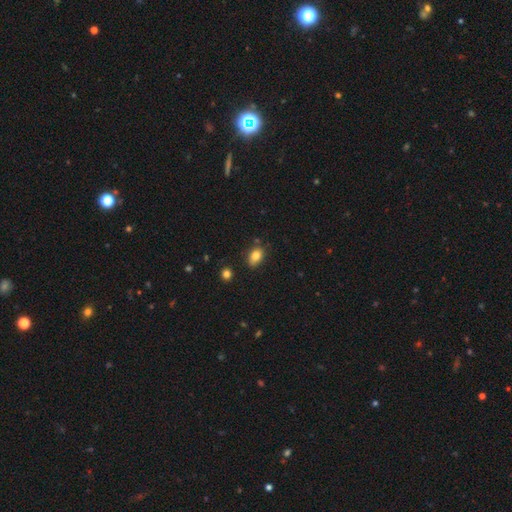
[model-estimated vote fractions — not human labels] A smooth galaxy with no disk features (82%) that is in between round and cigar-shaped (80%).

Vote fractions:
- Smooth or featured? smooth: 82% / star or artifact: 10% / featured or disk: 8%
- How rounded? in between: 80% / round: 19% / cigar-shaped: 2%
- Merging? none: 79% / minor disturbance: 15% / merger: 4% / major disturbance: 3%